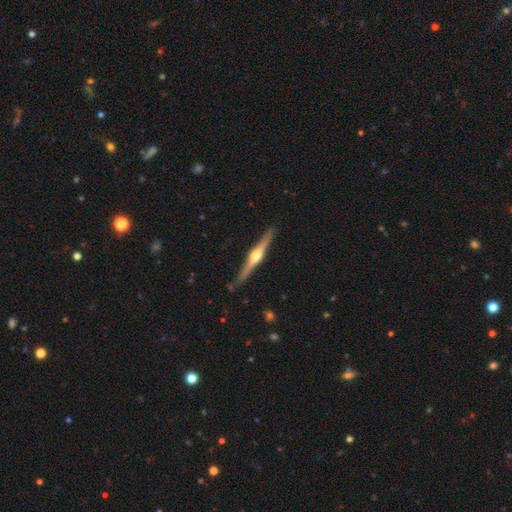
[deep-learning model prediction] The model was most divided on "smooth or featured": featured or disk: 80%, smooth: 15%, star or artifact: 5%. More confident: edge-on disk — yes (98%); edge-on bulge — rounded (94%); merging — none (88%).